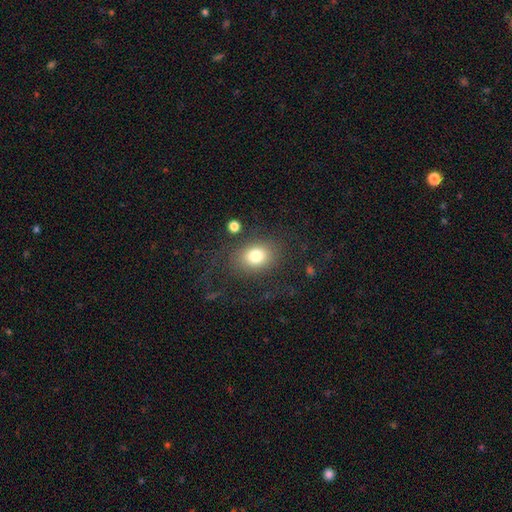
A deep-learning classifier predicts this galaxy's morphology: A smooth galaxy with no disk features (78%) that is in between round and cigar-shaped (63%).

Vote fractions:
- Smooth or featured? smooth: 78% / featured or disk: 12% / star or artifact: 10%
- How rounded? in between: 63% / round: 36% / cigar-shaped: 1%
- Merging? none: 72% / minor disturbance: 14% / major disturbance: 11% / merger: 3%